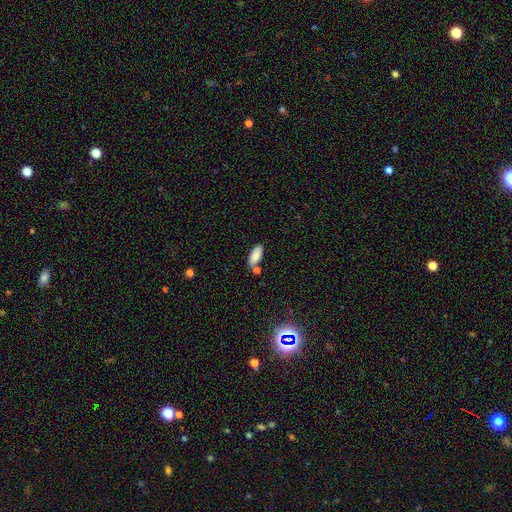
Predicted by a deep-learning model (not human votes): Morphology: type=smooth (85%); roundness=in between (85%); merging=none (70%).